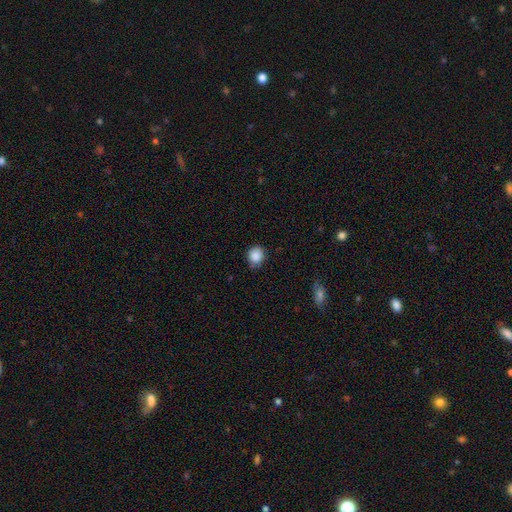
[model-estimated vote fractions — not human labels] A smooth galaxy with no disk features (87%) that is round (82%). Merging: none (78%).